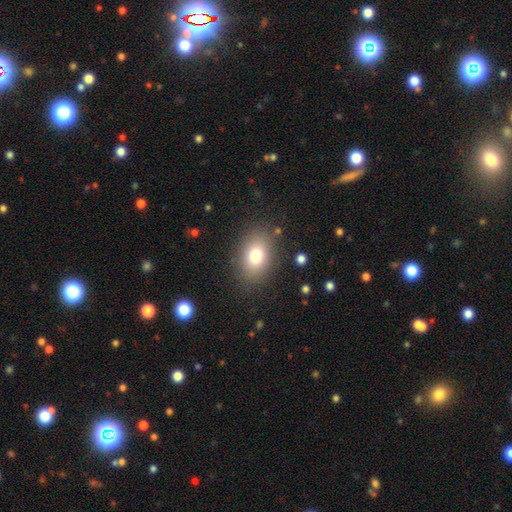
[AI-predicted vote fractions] Smooth or featured?
  - smooth: 77% *
  - featured or disk: 12%
  - star or artifact: 11%
How rounded?
  - in between: 73% *
  - round: 26%
  - cigar-shaped: 1%
Merging?
  - none: 84% *
  - minor disturbance: 10%
  - major disturbance: 4%
  - merger: 2%